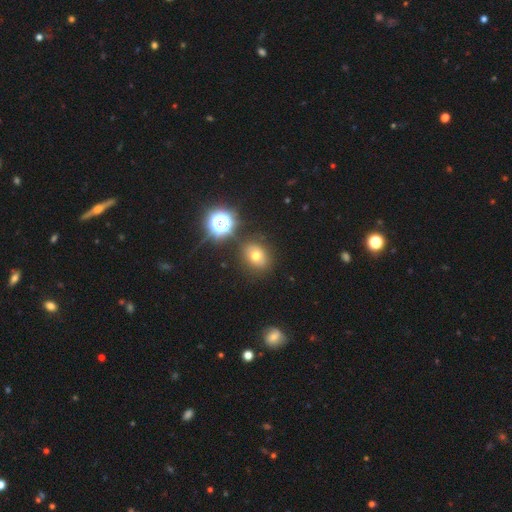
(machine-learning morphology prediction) Smooth or featured? Predicted: smooth (p=0.63). How rounded? Predicted: round (p=0.54). Merging? Predicted: none (p=0.82).